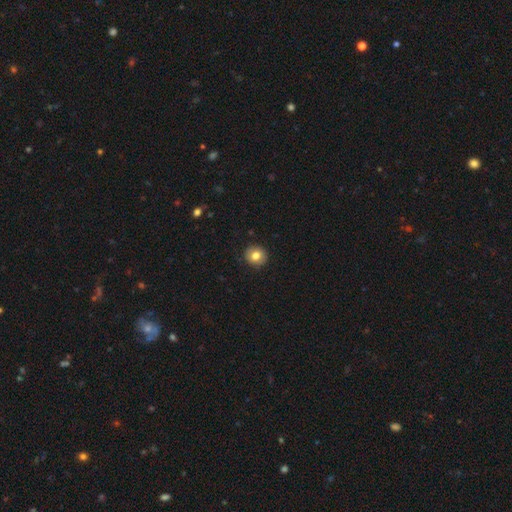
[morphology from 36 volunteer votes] type=smooth (72%); roundness=round (96%); merging=none (86%).